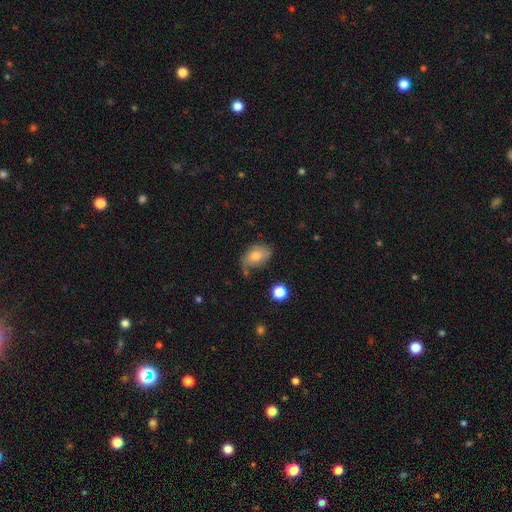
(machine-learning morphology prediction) This appears to be a smooth galaxy with no disk features (71%) that is in between round and cigar-shaped (81%). Merging: none (54%).